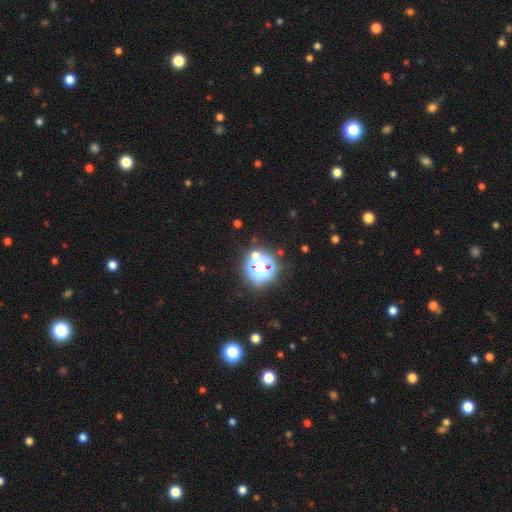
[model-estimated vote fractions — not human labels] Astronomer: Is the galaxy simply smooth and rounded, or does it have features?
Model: star or artifact — 58%.